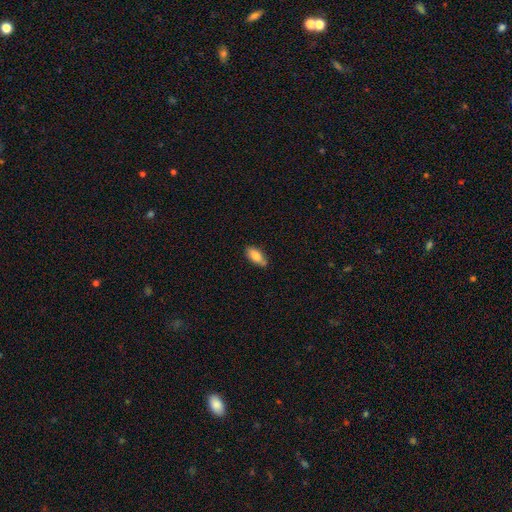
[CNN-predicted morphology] The model was most divided on "merging": none: 72%, minor disturbance: 21%, merger: 4%, major disturbance: 3%. More confident: how rounded — in between (84%); smooth or featured — smooth (80%).